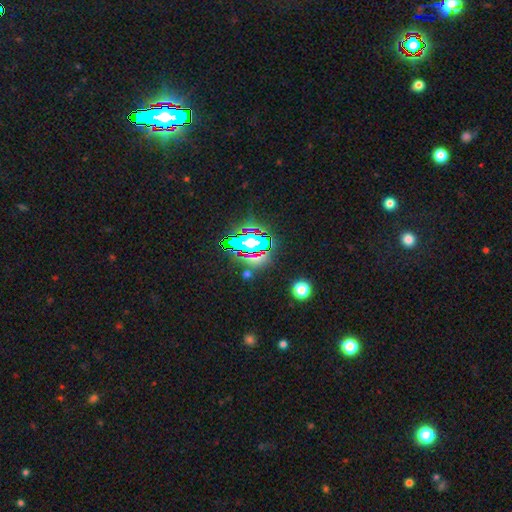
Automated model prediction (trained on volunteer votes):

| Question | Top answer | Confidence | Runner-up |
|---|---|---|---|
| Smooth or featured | star or artifact | 64% | smooth (22%) |